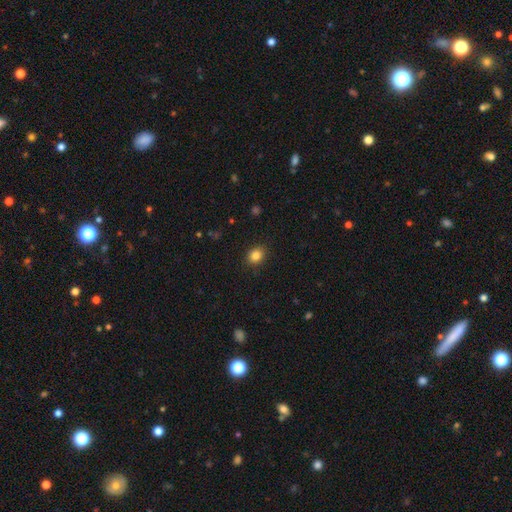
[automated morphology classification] Smooth or featured: smooth — 84% (star or artifact — 11%)
How rounded: round — 56% (in between — 43%)
Merging: none — 89% (minor disturbance — 8%)